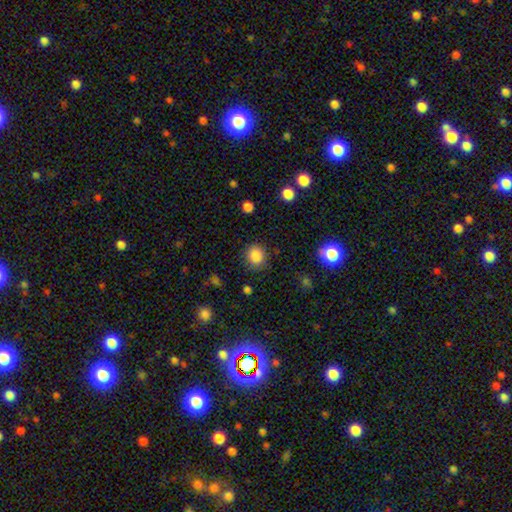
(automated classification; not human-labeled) A smooth galaxy with no disk features (86%) that is round (80%).

Vote fractions:
- Smooth or featured? smooth: 86% / star or artifact: 10% / featured or disk: 4%
- How rounded? round: 80% / in between: 19% / cigar-shaped: 1%
- Merging? none: 86% / minor disturbance: 9% / major disturbance: 3% / merger: 1%